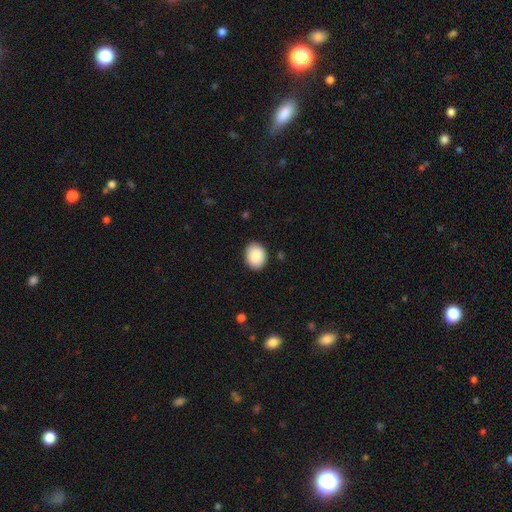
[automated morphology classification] The model was most divided on "how rounded": in between: 60%, round: 39%, cigar-shaped: 1%. More confident: smooth or featured — smooth (89%); merging — none (88%).